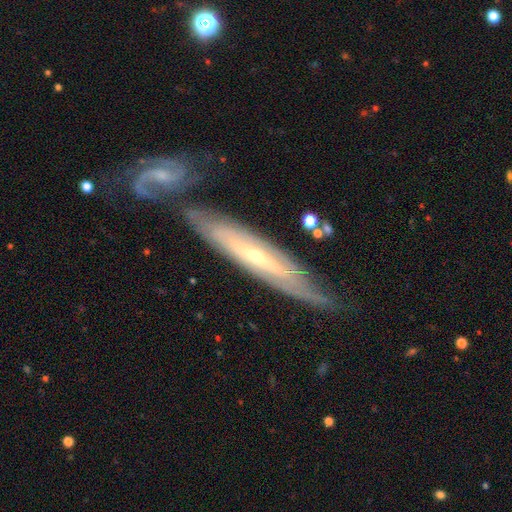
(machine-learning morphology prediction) featured or disk 82%, smooth 13%, star or artifact 6%. Down the decision tree: edge-on disk — no (61%); merging — none (63%).